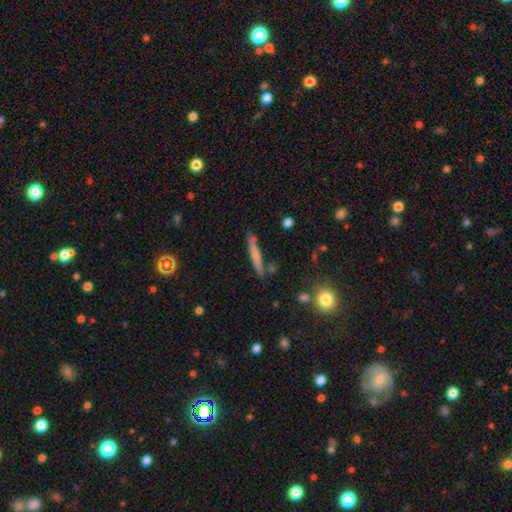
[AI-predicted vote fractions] A smooth galaxy with no disk features (61%) that is cigar-shaped (94%). Merging: none (81%).